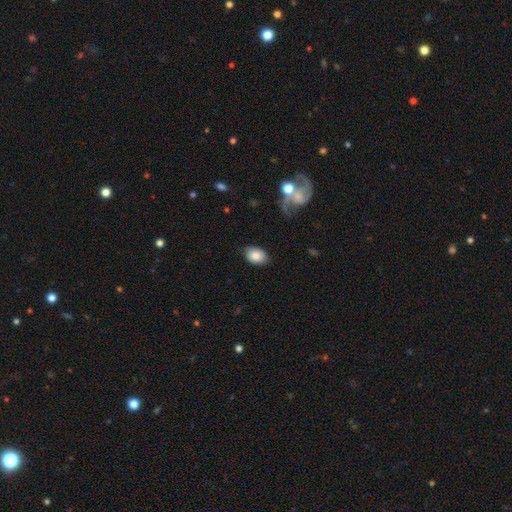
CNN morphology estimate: Overall: smooth (84%). How rounded: in between (81%). Merging: none (82%).